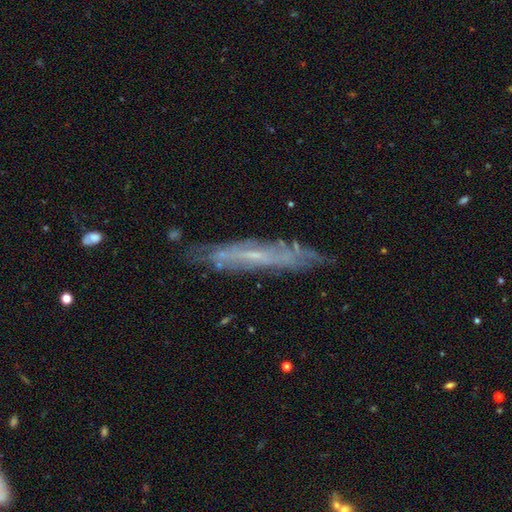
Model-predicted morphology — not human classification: smooth-or-featured: featured or disk: 69% | smooth: 23% | star or artifact: 8%
  disk-edge-on: yes: 56% | no: 44%
  merging: none: 75% | minor disturbance: 18% | major disturbance: 5% | merger: 2%